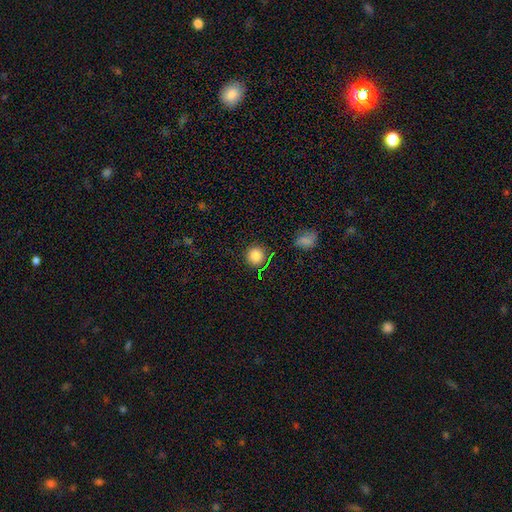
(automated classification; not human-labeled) Smooth or featured? smooth (81%)
How rounded? round (94%)
Merging? none (87%)